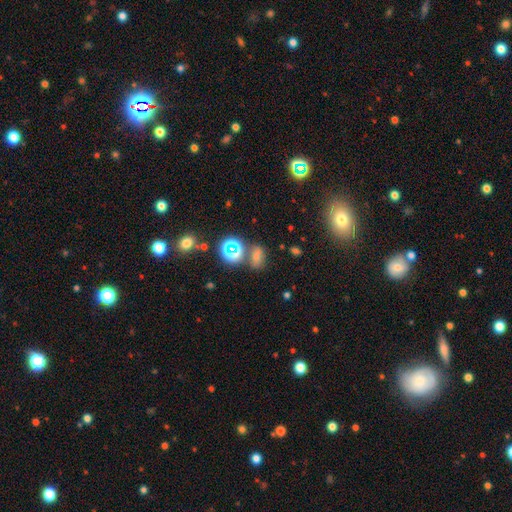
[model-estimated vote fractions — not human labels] This is marginally a star or artifact rather than a galaxy (44%).